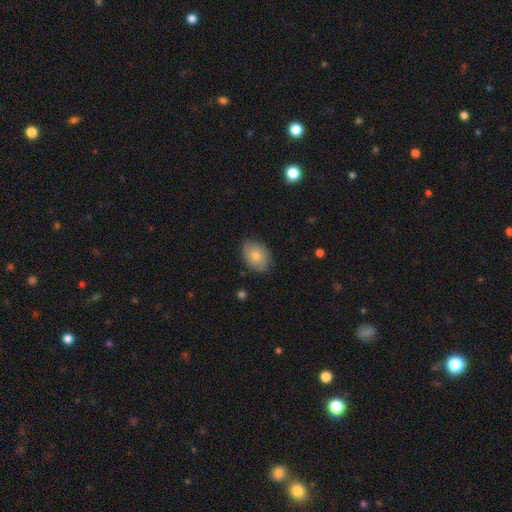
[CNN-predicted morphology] Smooth or featured? Predicted: smooth (p=0.73). How rounded? Predicted: in between (p=0.74). Merging? Predicted: none (p=0.82).